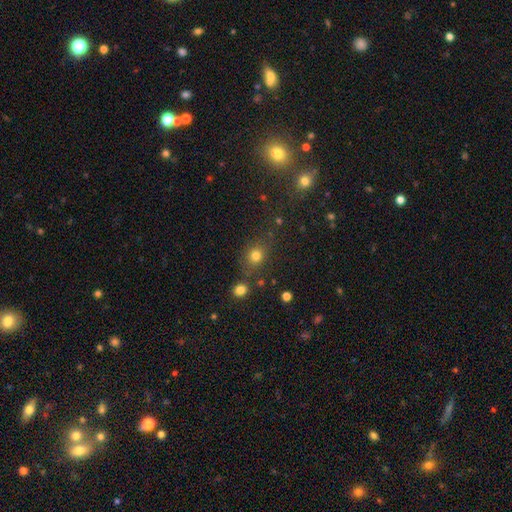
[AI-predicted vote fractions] Smooth or featured: smooth — 76% (star or artifact — 17%)
How rounded: round — 71% (in between — 28%)
Merging: none — 72% (minor disturbance — 13%)